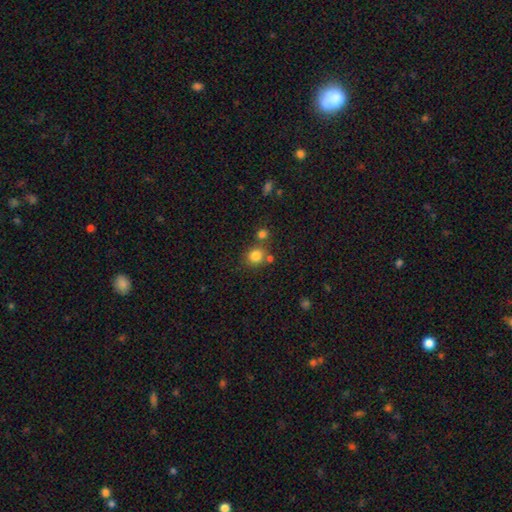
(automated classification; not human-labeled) Smooth or featured? Predicted: smooth (p=0.81). How rounded? Predicted: round (p=0.83). Merging? Predicted: none (p=0.68).